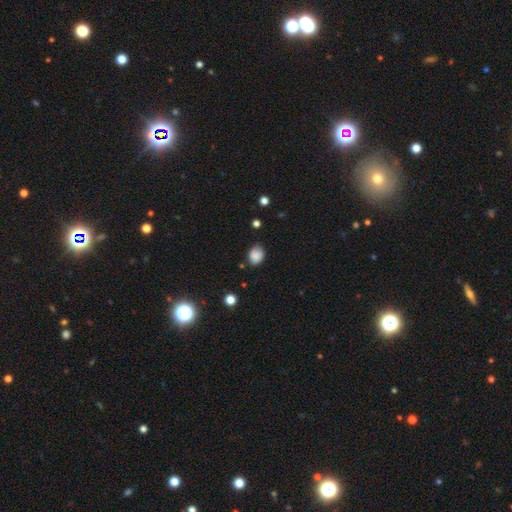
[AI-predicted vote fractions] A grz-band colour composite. It shows a smooth galaxy with no disk features (81%) that is in between round and cigar-shaped (51%). Merging: none (65%).